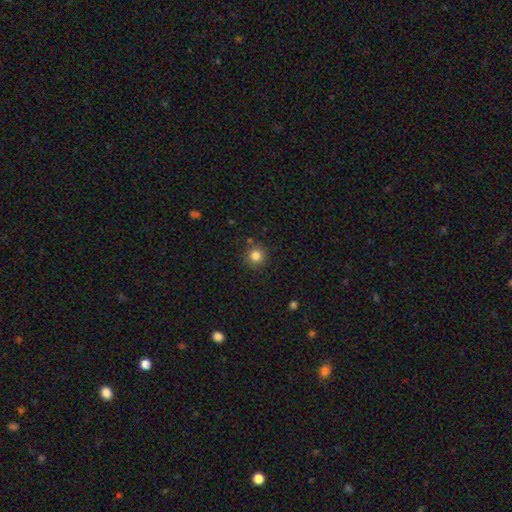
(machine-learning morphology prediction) A smooth galaxy with no disk features (83%) that is round (94%). Merging: none (87%).